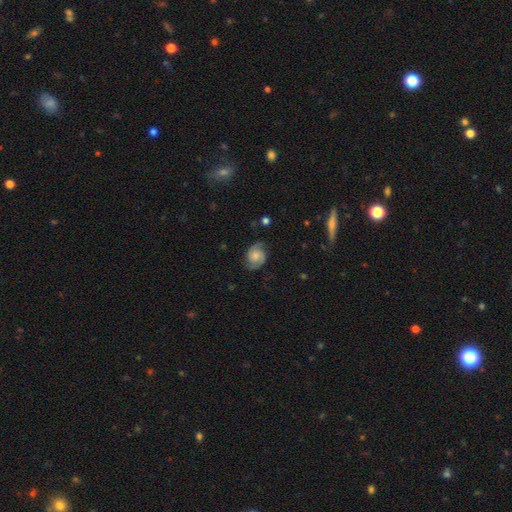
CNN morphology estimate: A featured or disk galaxy (79%) with no bar (69%), 2 (90%) medium (47%) spiral arms (96%) and a moderate central bulge (48%). Merging: none (79%).